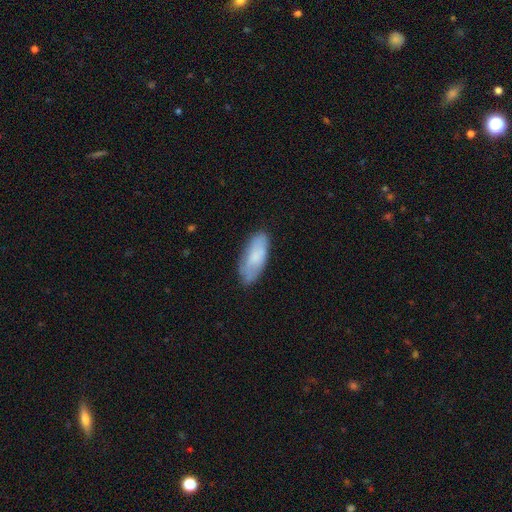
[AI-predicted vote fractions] A smooth galaxy with no disk features (75%) that is in between round and cigar-shaped (79%).

Vote fractions:
- Smooth or featured? smooth: 75% / featured or disk: 19% / star or artifact: 6%
- How rounded? in between: 79% / cigar-shaped: 19% / round: 2%
- Merging? none: 77% / minor disturbance: 18% / major disturbance: 4% / merger: 1%